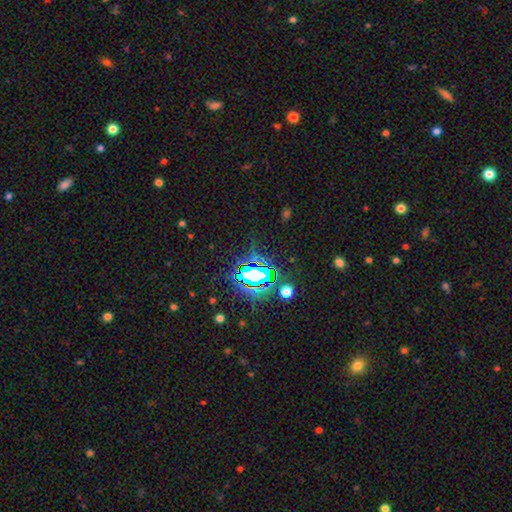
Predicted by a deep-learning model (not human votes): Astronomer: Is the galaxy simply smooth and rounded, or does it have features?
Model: star or artifact — 80%.